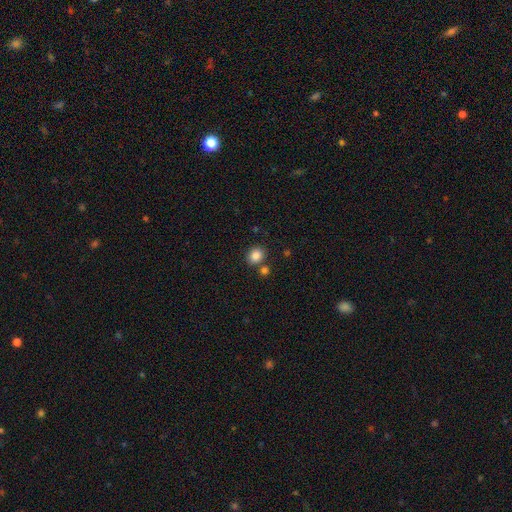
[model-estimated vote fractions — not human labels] A smooth galaxy with no disk features (86%) that is round (72%). Merging: none (76%).